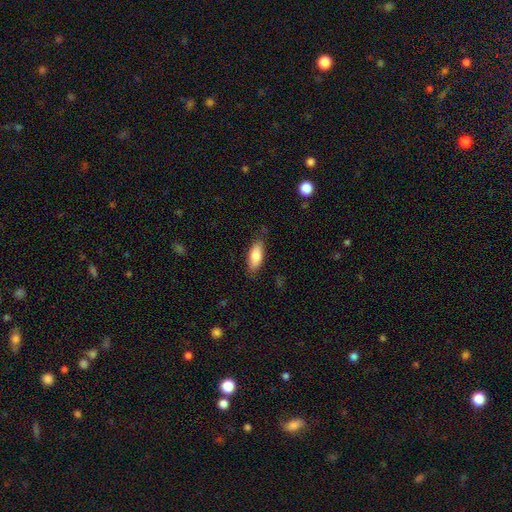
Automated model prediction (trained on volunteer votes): The model was most divided on "how rounded": in between: 77%, cigar-shaped: 21%, round: 2%. More confident: smooth or featured — smooth (83%); merging — none (77%).